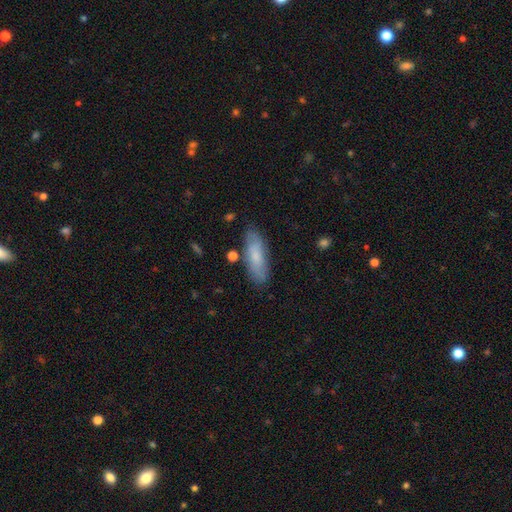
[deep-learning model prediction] smooth_or_featured: smooth (p=0.74) [alt: featured or disk p=0.20]
how_rounded: in between (p=0.55) [alt: cigar-shaped p=0.43]
merging: none (p=0.80) [alt: minor disturbance p=0.14]